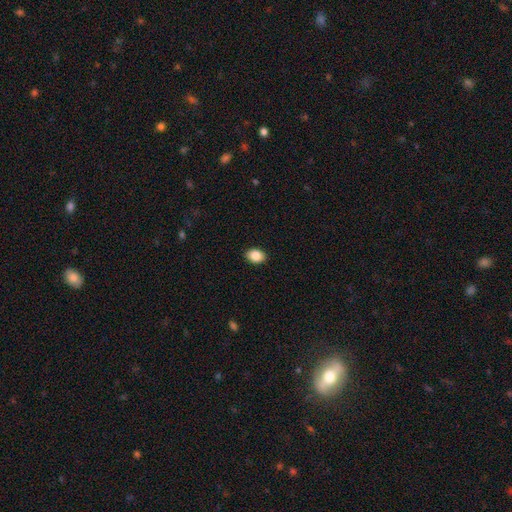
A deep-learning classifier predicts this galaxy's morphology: This appears to be a smooth galaxy with no disk features (87%) that is in between round and cigar-shaped (76%). Merging: none (90%).